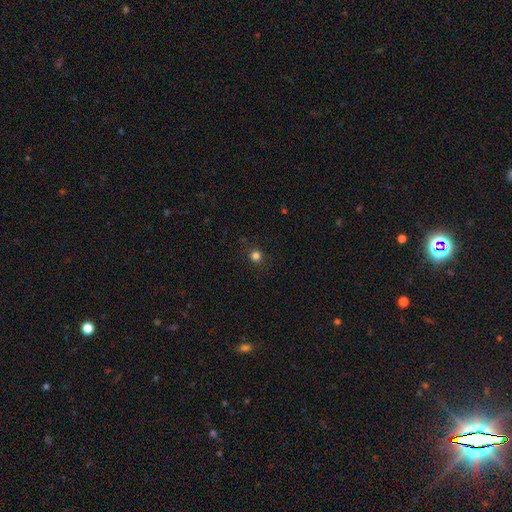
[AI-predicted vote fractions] This is likely a smooth galaxy (80%). How rounded: clearly round (93%). Merging: clearly none (91%).